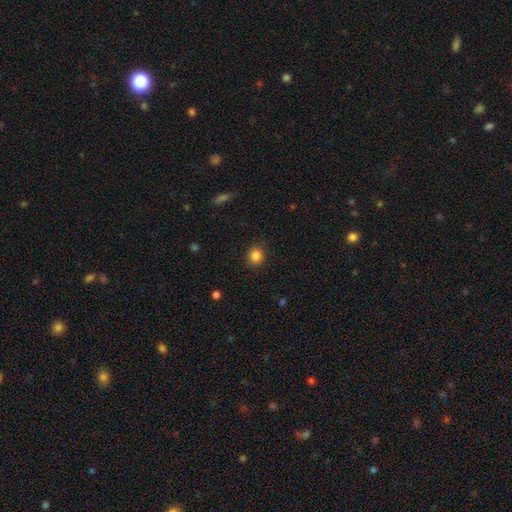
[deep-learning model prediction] A smooth galaxy with no disk features (85%) that is round (86%).

Vote fractions:
- Smooth or featured? smooth: 85% / star or artifact: 11% / featured or disk: 4%
- How rounded? round: 86% / in between: 13% / cigar-shaped: 1%
- Merging? none: 89% / minor disturbance: 8% / major disturbance: 2% / merger: 1%